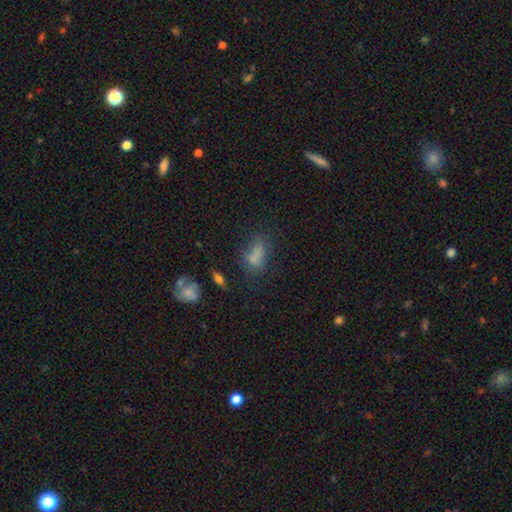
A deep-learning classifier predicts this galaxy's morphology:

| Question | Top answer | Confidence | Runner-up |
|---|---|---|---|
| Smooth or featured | smooth | 66% | featured or disk (17%) |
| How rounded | in between | 78% | round (12%) |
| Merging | none | 42% | minor disturbance (23%) |